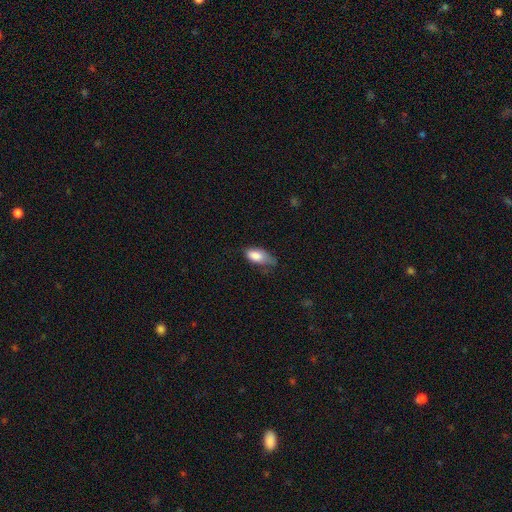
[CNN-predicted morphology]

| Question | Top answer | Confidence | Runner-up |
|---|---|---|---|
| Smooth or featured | smooth | 81% | featured or disk (11%) |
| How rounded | in between | 90% | cigar-shaped (6%) |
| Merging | minor disturbance | 43% | none (32%) |